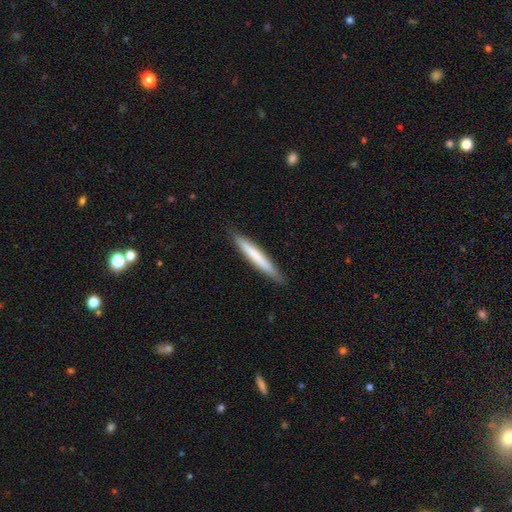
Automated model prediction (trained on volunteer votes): Overall: smooth (67%; featured or disk 28%). How rounded: cigar-shaped (96%). Merging: none (89%).